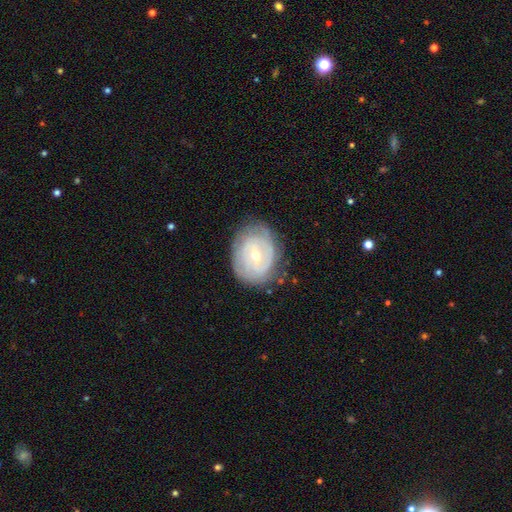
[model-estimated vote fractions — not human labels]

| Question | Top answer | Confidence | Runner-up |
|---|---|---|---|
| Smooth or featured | featured or disk | 76% | smooth (18%) |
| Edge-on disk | no | 96% | yes (4%) |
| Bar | weak | 51% | no (34%) |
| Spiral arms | yes | 85% | no (15%) |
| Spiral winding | tight | 72% | medium (22%) |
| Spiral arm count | can't tell | 45% | 2 (31%) |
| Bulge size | small | 55% | moderate (42%) |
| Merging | none | 77% | minor disturbance (17%) |